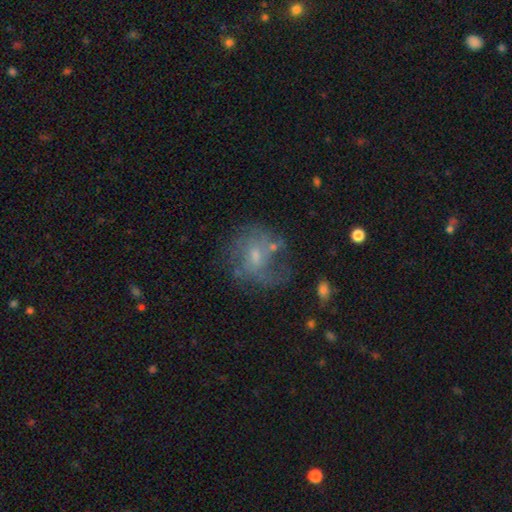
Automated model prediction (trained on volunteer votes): Q: Smooth or featured?
A: featured or disk (59%); runner-up: smooth (28%)
Q: Edge-on disk?
A: no (97%); runner-up: yes (3%)
Q: Bar?
A: no (63%); runner-up: weak (32%)
Q: Spiral arms?
A: yes (66%); runner-up: no (34%)
Q: Bulge size?
A: small (61%); runner-up: moderate (29%)
Q: Merging?
A: none (49%); runner-up: major disturbance (23%)